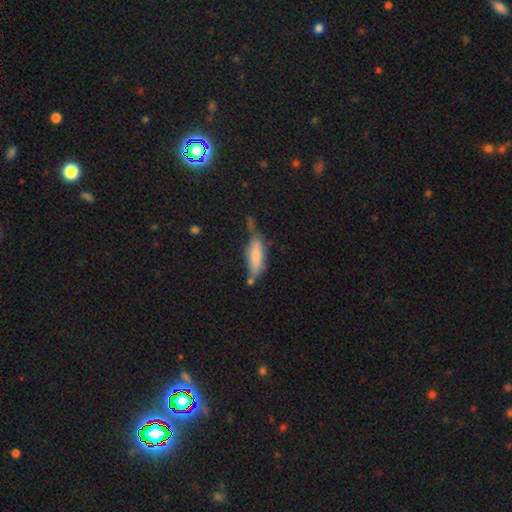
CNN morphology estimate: A smooth galaxy with no disk features (72%) that is in between round and cigar-shaped (54%).

Vote fractions:
- Smooth or featured? smooth: 72% / featured or disk: 22% / star or artifact: 6%
- How rounded? in between: 54% / cigar-shaped: 44% / round: 2%
- Merging? none: 45% / minor disturbance: 30% / merger: 12% / major disturbance: 12%